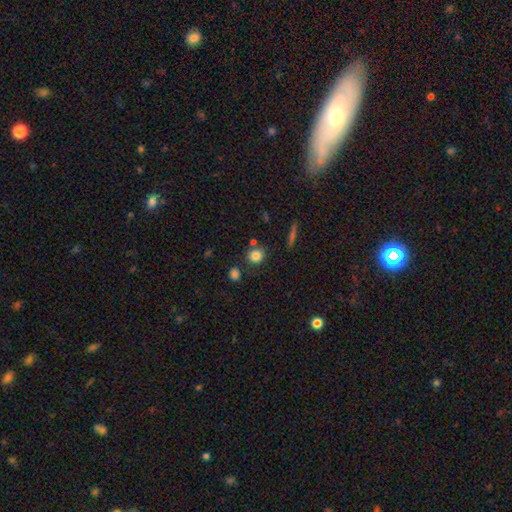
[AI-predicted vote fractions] A smooth galaxy with no disk features (82%) that is round (84%).

Vote fractions:
- Smooth or featured? smooth: 82% / star or artifact: 11% / featured or disk: 7%
- How rounded? round: 84% / in between: 15% / cigar-shaped: 1%
- Merging? none: 77% / minor disturbance: 11% / merger: 9% / major disturbance: 3%